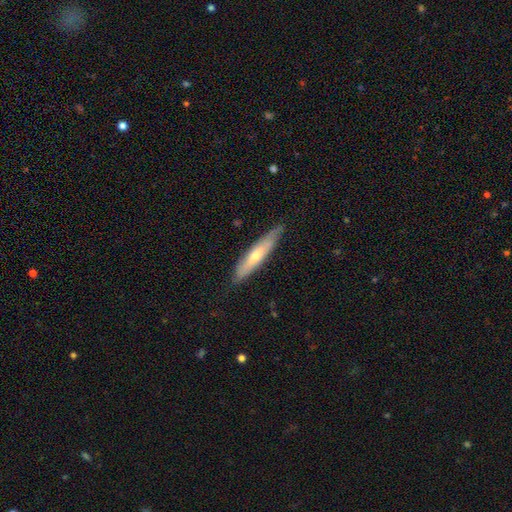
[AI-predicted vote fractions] Overall: featured or disk (48%; smooth 46%). Merging: none (80%).